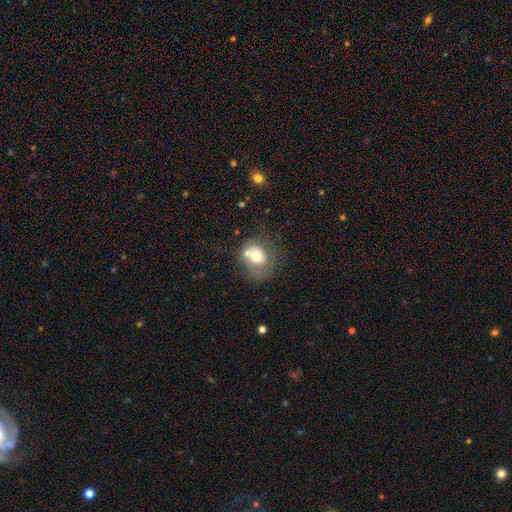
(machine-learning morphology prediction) This appears to be a smooth galaxy with no disk features (55%) that is round (58%). Merging: none (35%).